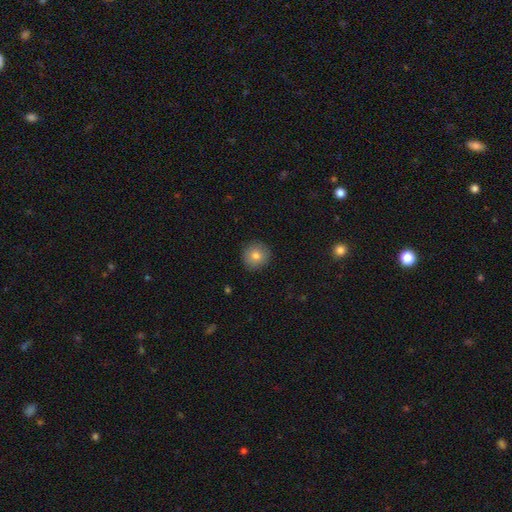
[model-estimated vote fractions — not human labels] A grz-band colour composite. It shows a smooth galaxy with no disk features (80%) that is round (93%). Merging: none (92%).